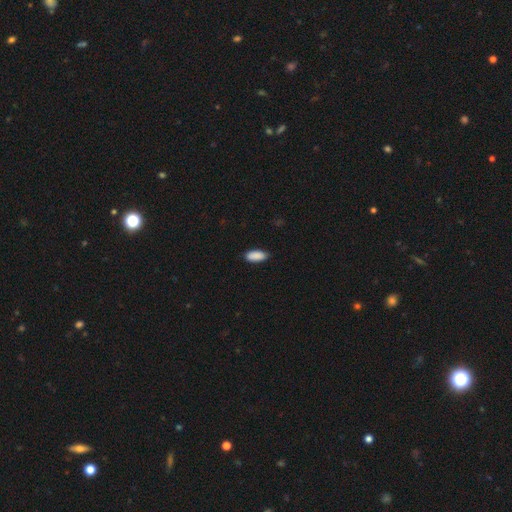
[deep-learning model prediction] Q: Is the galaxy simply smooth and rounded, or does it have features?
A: smooth — 91%.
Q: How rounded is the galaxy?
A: in between — 85%.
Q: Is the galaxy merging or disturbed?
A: none — 87%.